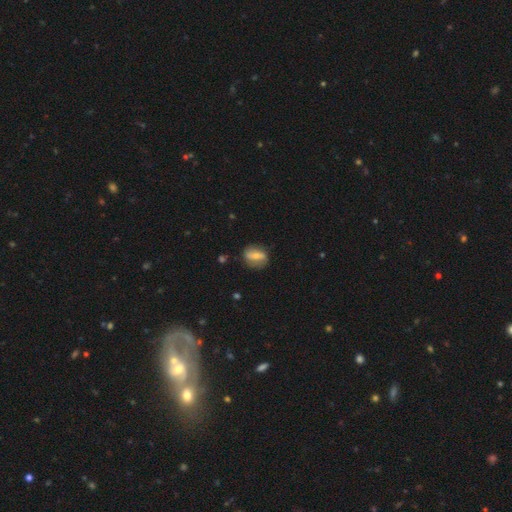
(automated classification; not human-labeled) smooth-or-featured: featured or disk: 49% | smooth: 43% | star or artifact: 8%
  merging: none: 77% | minor disturbance: 16% | major disturbance: 5% | merger: 2%